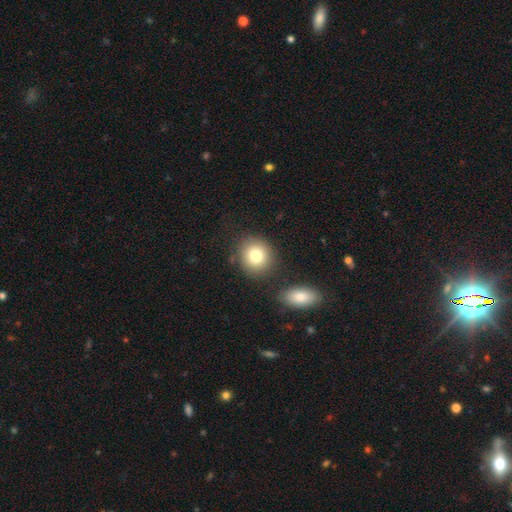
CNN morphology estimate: Smooth or featured: smooth — 79% (featured or disk — 11%)
How rounded: round — 80% (in between — 19%)
Merging: none — 77% (minor disturbance — 10%)